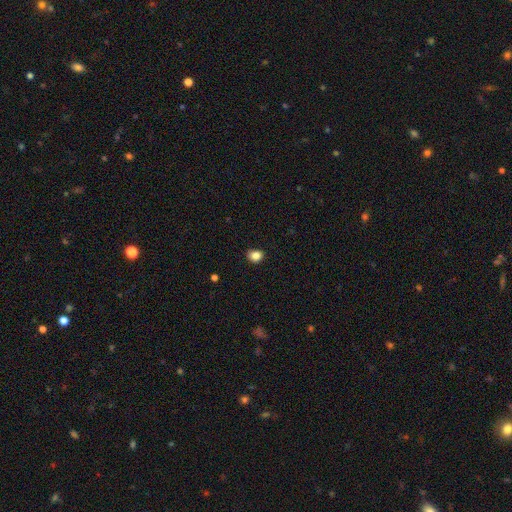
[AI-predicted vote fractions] Smooth or featured? smooth (84%)
How rounded? round (63%)
Merging? none (86%)